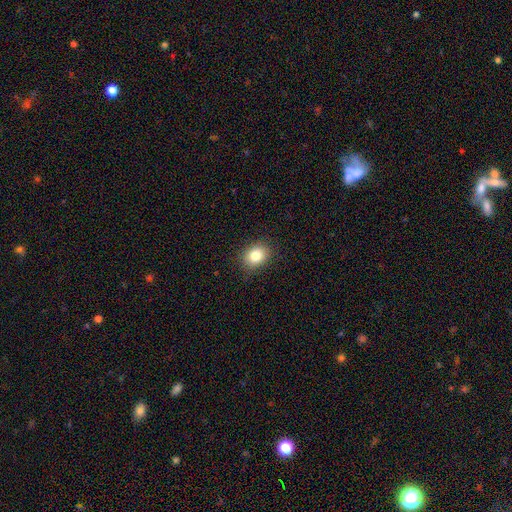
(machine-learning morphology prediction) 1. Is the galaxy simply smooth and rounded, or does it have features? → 83% smooth, 10% star or artifact, 7% featured or disk.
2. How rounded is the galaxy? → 51% in between, 48% round, 1% cigar-shaped.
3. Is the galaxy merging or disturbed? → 88% none, 9% minor disturbance, 2% major disturbance, 1% merger.